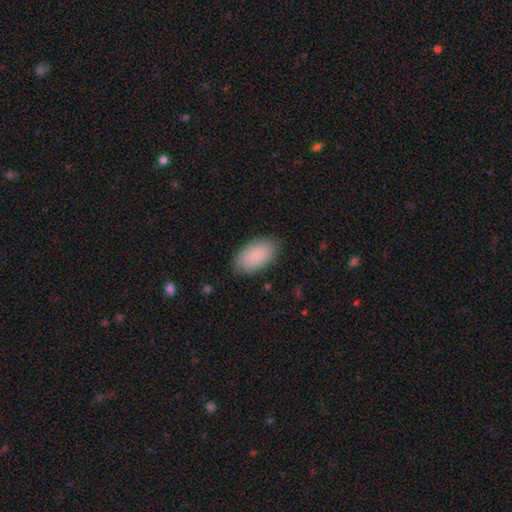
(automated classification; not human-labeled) Smooth or featured? Predicted: smooth (p=0.87). How rounded? Predicted: in between (p=0.95). Merging? Predicted: none (p=0.86).